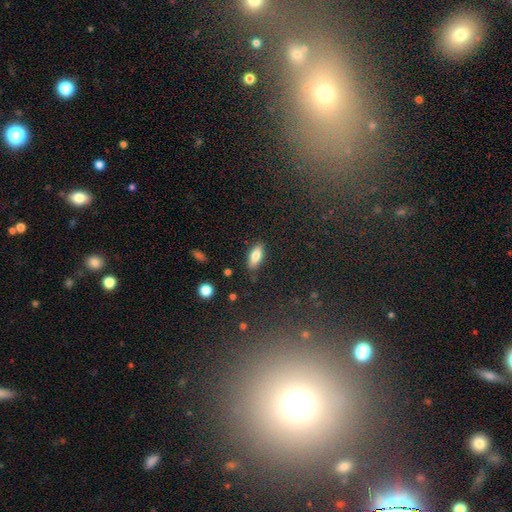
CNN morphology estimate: A smooth galaxy with no disk features (78%) that is in between round and cigar-shaped (77%). Merging: none (86%).